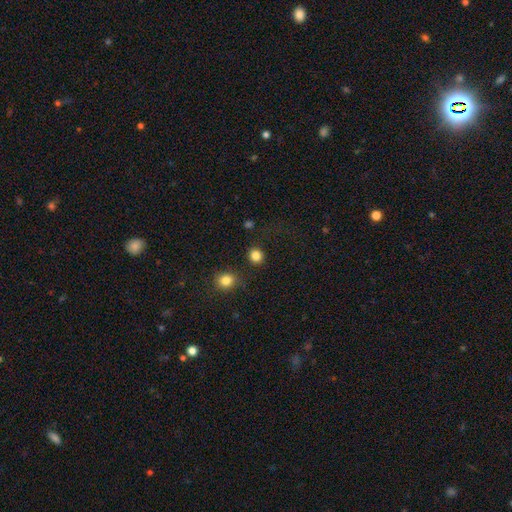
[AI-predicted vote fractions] smooth-or-featured: smooth: 84% | star or artifact: 12% | featured or disk: 4%
  how-rounded: round: 89% | in between: 10% | cigar-shaped: 1%
  merging: none: 87% | minor disturbance: 7% | merger: 3% | major disturbance: 3%